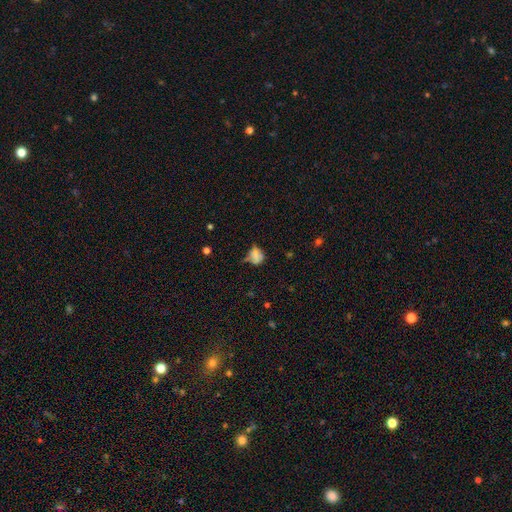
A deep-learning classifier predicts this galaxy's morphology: smooth-or-featured: smooth: 70% | featured or disk: 16% | star or artifact: 14%
  how-rounded: in between: 60% | round: 38% | cigar-shaped: 2%
  merging: none: 36% | minor disturbance: 33% | major disturbance: 20% | merger: 11%